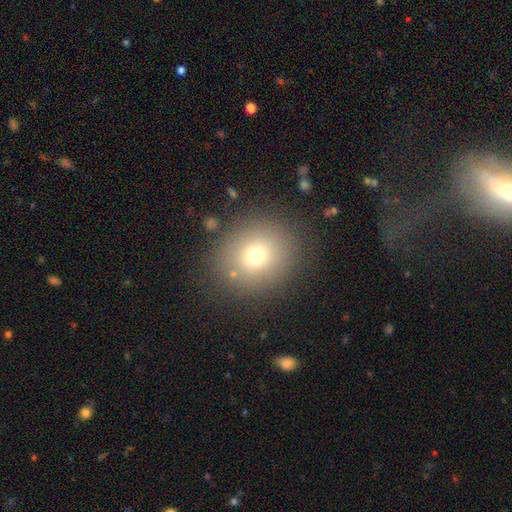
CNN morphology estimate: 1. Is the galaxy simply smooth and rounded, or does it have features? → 70% smooth, 17% star or artifact, 13% featured or disk.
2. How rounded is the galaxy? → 81% round, 18% in between, 1% cigar-shaped.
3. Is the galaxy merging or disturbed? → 85% none, 9% minor disturbance, 4% major disturbance, 2% merger.